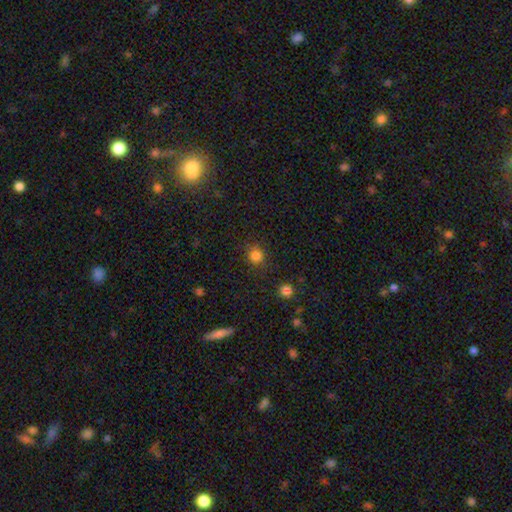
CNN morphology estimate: smooth-or-featured: smooth: 82% | star or artifact: 14% | featured or disk: 4%
  how-rounded: round: 90% | in between: 9% | cigar-shaped: 1%
  merging: none: 85% | minor disturbance: 10% | major disturbance: 4% | merger: 2%